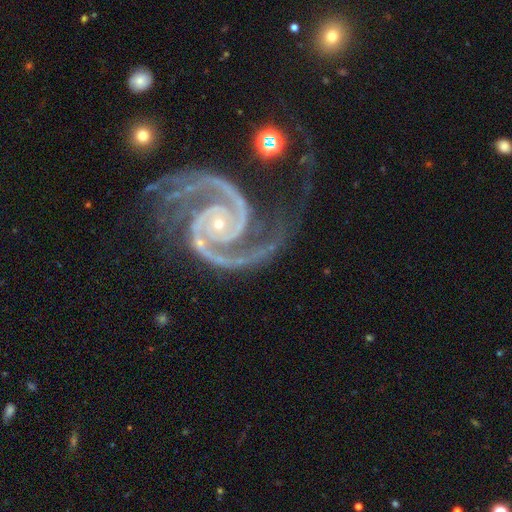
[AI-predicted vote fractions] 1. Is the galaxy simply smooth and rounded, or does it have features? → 94% featured or disk, 4% star or artifact, 2% smooth.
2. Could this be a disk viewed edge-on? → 98% no, 2% yes.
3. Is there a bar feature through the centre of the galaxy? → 59% no, 25% weak, 15% strong.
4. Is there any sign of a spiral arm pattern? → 99% yes, 1% no.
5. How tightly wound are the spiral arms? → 48% medium, 46% tight, 6% loose.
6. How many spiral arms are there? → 90% 2, 4% 3, 2% can't tell, 1% 4, 1% 1, 1% more than 4.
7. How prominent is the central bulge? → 82% small, 13% moderate, 2% none, 1% large, 1% dominant.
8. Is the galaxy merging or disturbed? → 66% none, 20% minor disturbance, 9% major disturbance, 4% merger.